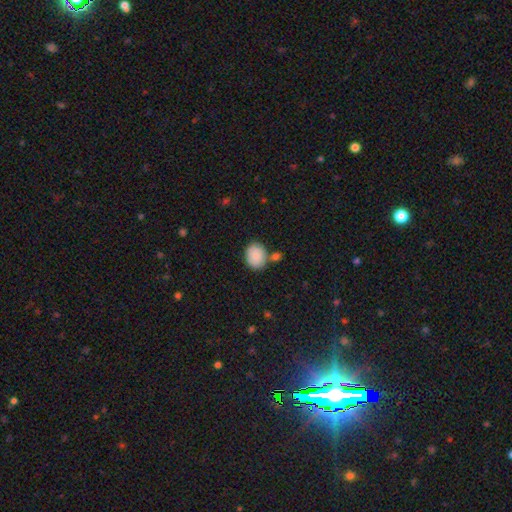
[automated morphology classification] This is clearly a smooth galaxy (86%). How rounded: possibly in between (50%). Merging: likely none (66%).